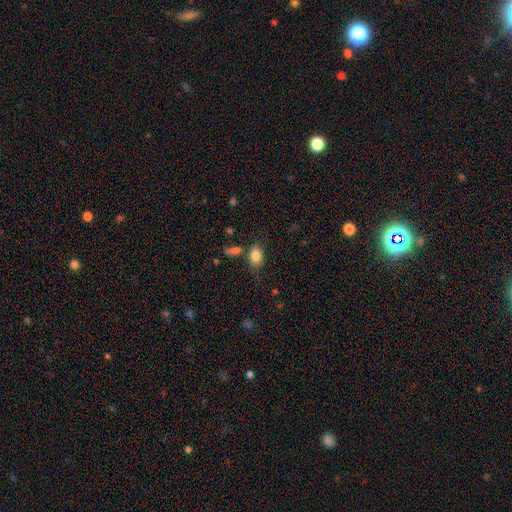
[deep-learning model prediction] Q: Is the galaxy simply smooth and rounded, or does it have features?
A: smooth — 83%.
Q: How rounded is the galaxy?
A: in between — 82%.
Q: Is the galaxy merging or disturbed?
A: none — 66%.